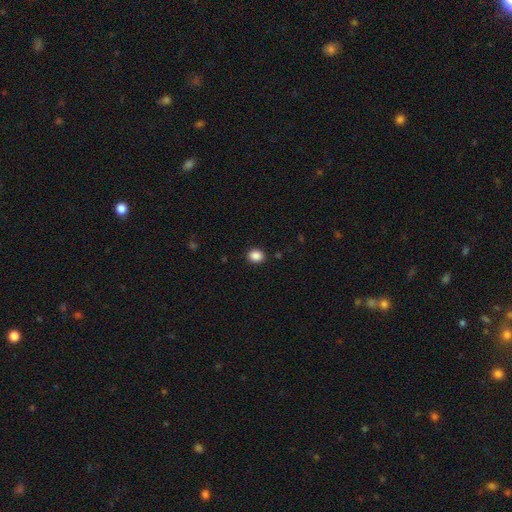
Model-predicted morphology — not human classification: The model was most divided on "how rounded": round: 56%, in between: 43%, cigar-shaped: 1%. More confident: merging — none (90%); smooth or featured — smooth (88%).